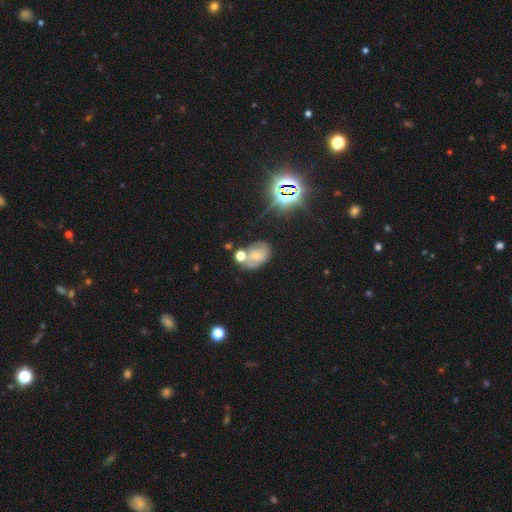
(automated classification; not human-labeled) Smooth or featured: smooth — 50% (featured or disk — 28%)
How rounded: in between — 66% (round — 33%)
Merging: none — 50% (merger — 23%)